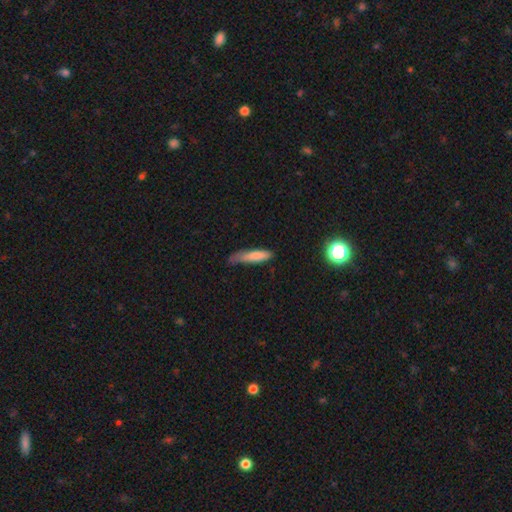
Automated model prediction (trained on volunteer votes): Smooth or featured? Predicted: smooth (p=0.80). How rounded? Predicted: cigar-shaped (p=0.77). Merging? Predicted: none (p=0.45).